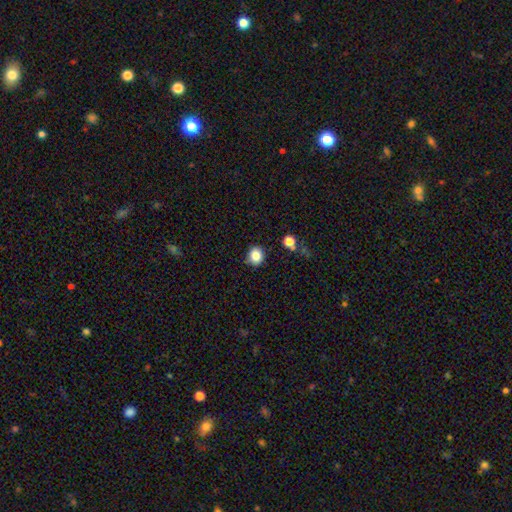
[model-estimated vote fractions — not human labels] Morphology: type=smooth (84%); roundness=round (79%); merging=none (83%).